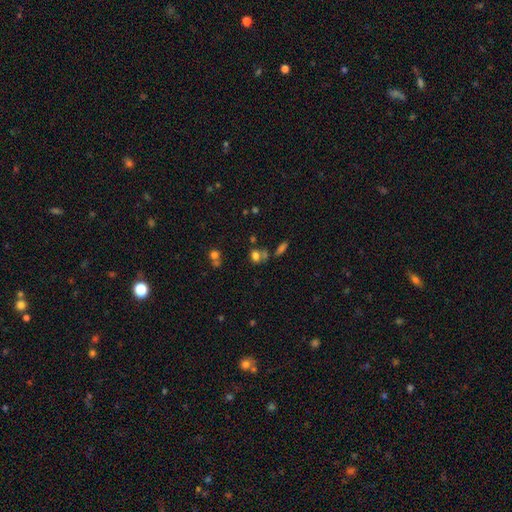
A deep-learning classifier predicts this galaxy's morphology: A smooth galaxy with no disk features (70%) that is in between round and cigar-shaped (54%).

Vote fractions:
- Smooth or featured? smooth: 70% / star or artifact: 18% / featured or disk: 11%
- How rounded? in between: 54% / round: 43% / cigar-shaped: 3%
- Merging? none: 49% / merger: 29% / minor disturbance: 14% / major disturbance: 8%